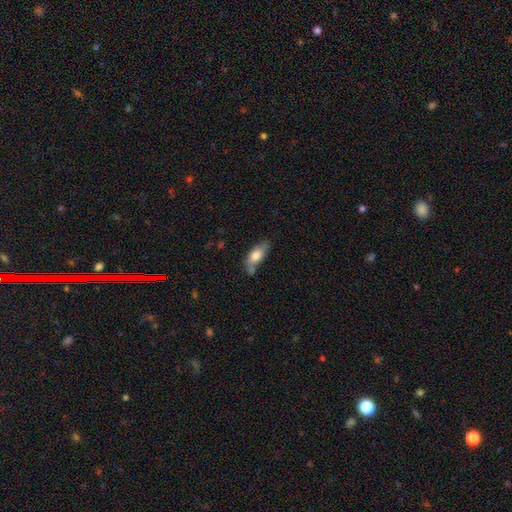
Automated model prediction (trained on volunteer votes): Q: Smooth or featured?
A: smooth (72%); runner-up: featured or disk (22%)
Q: How rounded?
A: in between (76%); runner-up: cigar-shaped (21%)
Q: Merging?
A: none (55%); runner-up: minor disturbance (25%)